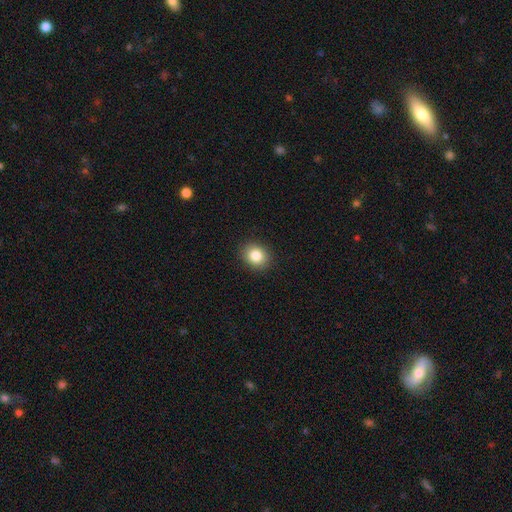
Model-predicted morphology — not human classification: This appears to be a smooth galaxy with no disk features (84%) that is round (62%). Merging: none (90%).